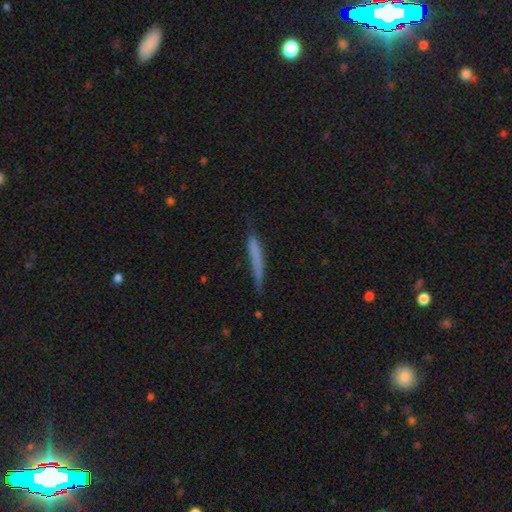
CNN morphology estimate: This appears to be a smooth galaxy with no disk features (66%) that is cigar-shaped (95%). Merging: none (68%).